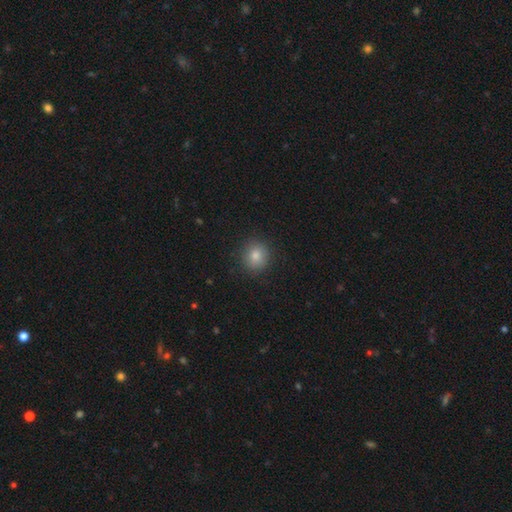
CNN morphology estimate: A smooth galaxy with no disk features (81%) that is round (86%).

Vote fractions:
- Smooth or featured? smooth: 81% / star or artifact: 12% / featured or disk: 7%
- How rounded? round: 86% / in between: 13% / cigar-shaped: 1%
- Merging? none: 91% / minor disturbance: 7% / major disturbance: 2% / merger: 1%